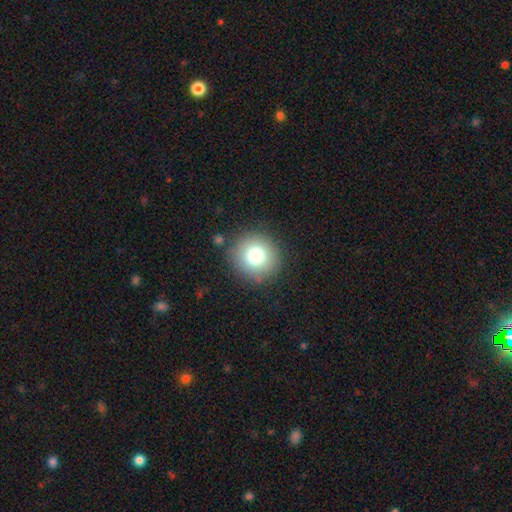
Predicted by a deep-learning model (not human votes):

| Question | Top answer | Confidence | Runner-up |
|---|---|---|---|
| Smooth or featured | smooth | 77% | star or artifact (12%) |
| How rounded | round | 93% | in between (6%) |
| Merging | none | 87% | minor disturbance (7%) |